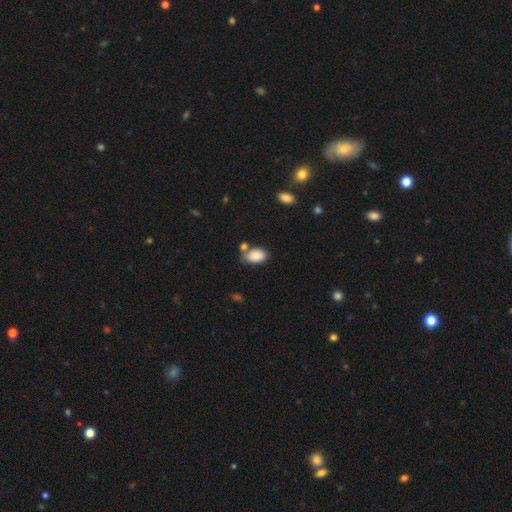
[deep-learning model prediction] This is clearly a smooth galaxy (87%). How rounded: clearly in between (91%). Merging: possibly none (60%).